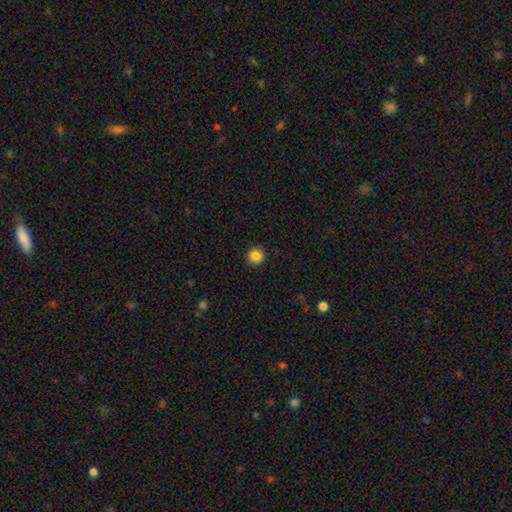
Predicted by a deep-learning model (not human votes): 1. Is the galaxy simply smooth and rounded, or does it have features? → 87% smooth, 10% star or artifact, 3% featured or disk.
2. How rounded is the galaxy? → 94% round, 5% in between, 1% cigar-shaped.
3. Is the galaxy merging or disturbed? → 92% none, 5% minor disturbance, 2% major disturbance, 1% merger.